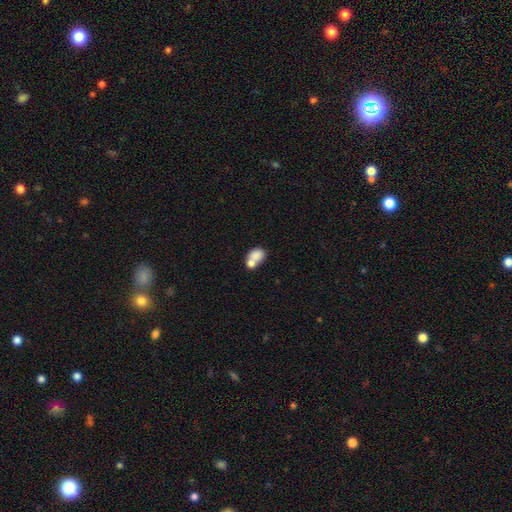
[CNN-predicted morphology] smooth_or_featured: smooth (p=0.77) [alt: featured or disk p=0.14]
how_rounded: in between (p=0.67) [alt: round p=0.32]
merging: merger (p=0.59) [alt: none p=0.27]